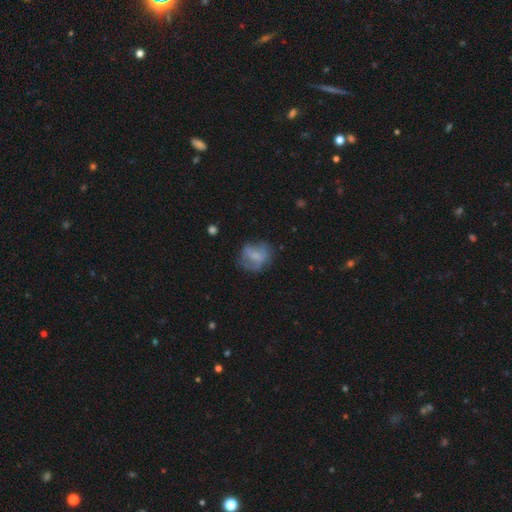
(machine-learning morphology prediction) Overall: smooth (53%; featured or disk 38%). How rounded: round (61%; in between 37%). Merging: none (56%; minor disturbance 25%).